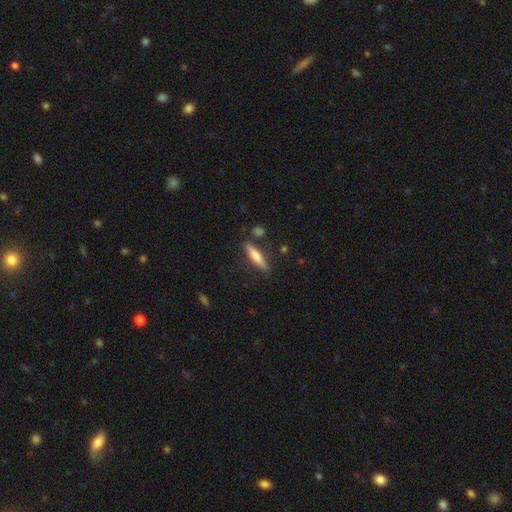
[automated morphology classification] Smooth or featured?
  - smooth: 55% *
  - featured or disk: 39%
  - star or artifact: 6%
How rounded?
  - cigar-shaped: 82% *
  - in between: 17%
  - round: 2%
Merging?
  - none: 82% *
  - minor disturbance: 11%
  - merger: 4%
  - major disturbance: 3%